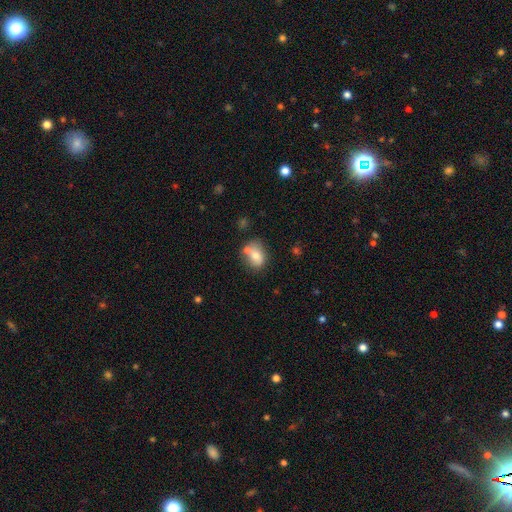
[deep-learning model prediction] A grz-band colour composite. It shows a smooth galaxy with no disk features (75%) that is in between round and cigar-shaped (66%). Merging: none (49%).